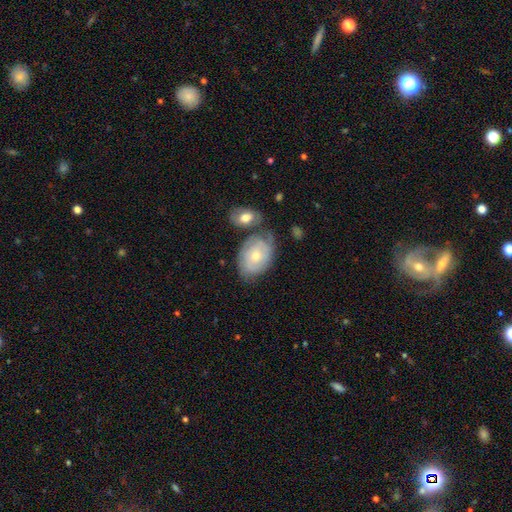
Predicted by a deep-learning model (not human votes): Smooth or featured? featured or disk (48%)
Merging? none (51%)